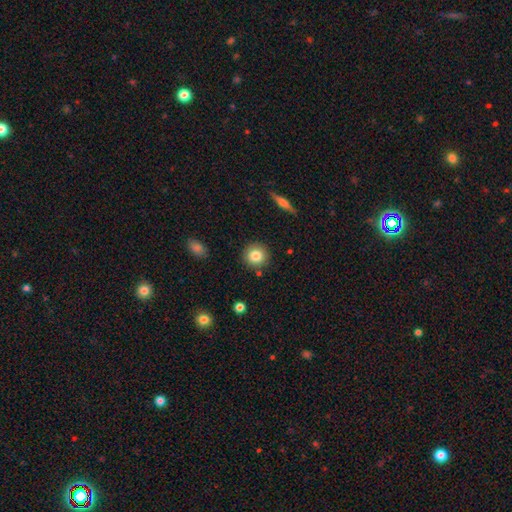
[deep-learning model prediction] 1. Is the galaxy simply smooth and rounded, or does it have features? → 82% smooth, 9% star or artifact, 9% featured or disk.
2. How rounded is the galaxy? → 92% round, 7% in between, 1% cigar-shaped.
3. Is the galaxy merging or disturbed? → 87% none, 7% minor disturbance, 3% merger, 2% major disturbance.